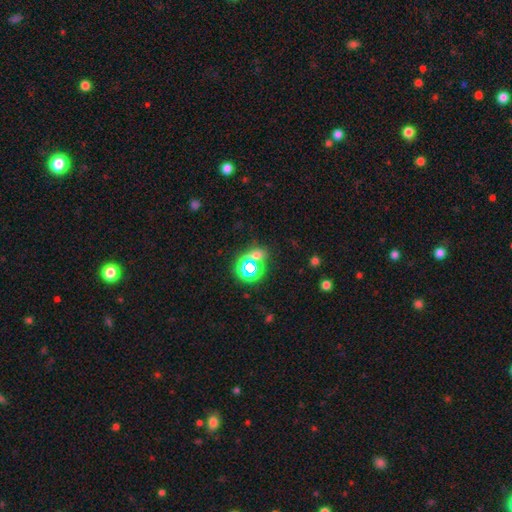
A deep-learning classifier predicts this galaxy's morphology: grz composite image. It shows a star or artifact, not a galaxy (61%).